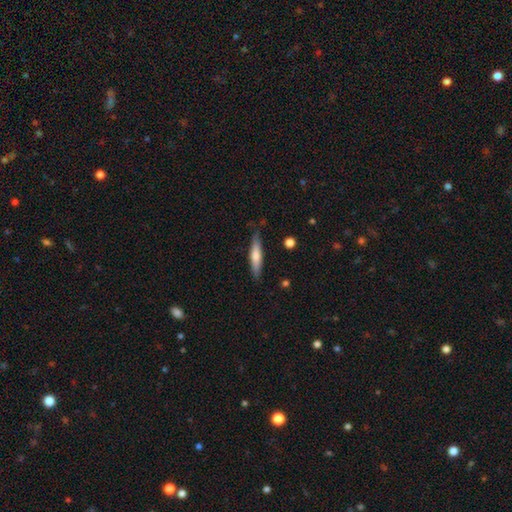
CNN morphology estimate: Smooth or featured: smooth — 59% (featured or disk — 35%)
How rounded: cigar-shaped — 85% (in between — 13%)
Merging: none — 82% (minor disturbance — 14%)